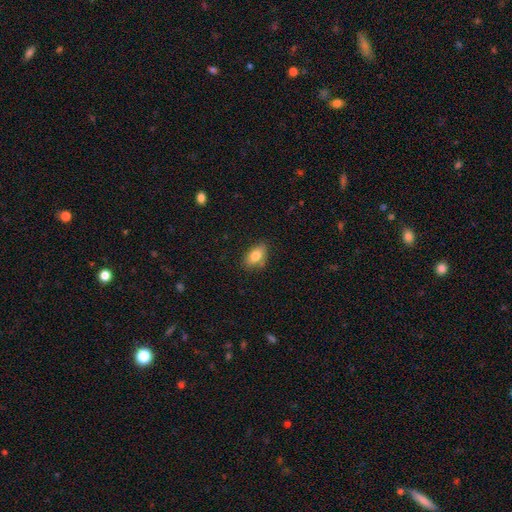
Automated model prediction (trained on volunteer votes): Smooth or featured?
  - smooth: 79% *
  - featured or disk: 13%
  - star or artifact: 8%
How rounded?
  - in between: 88% *
  - round: 8%
  - cigar-shaped: 4%
Merging?
  - none: 71% *
  - minor disturbance: 22%
  - major disturbance: 4%
  - merger: 2%